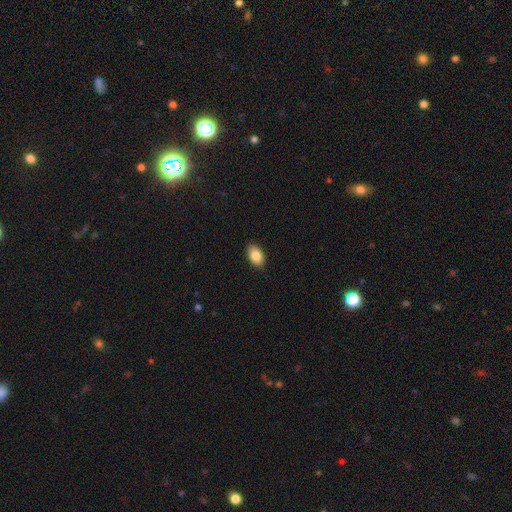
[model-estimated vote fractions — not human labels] Smooth or featured? Predicted: smooth (p=0.86). How rounded? Predicted: in between (p=0.91). Merging? Predicted: none (p=0.90).